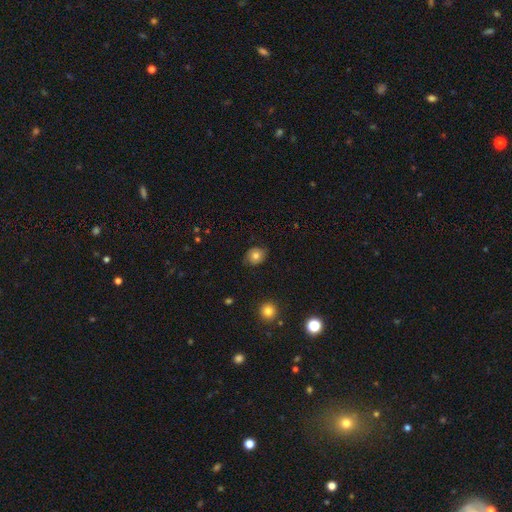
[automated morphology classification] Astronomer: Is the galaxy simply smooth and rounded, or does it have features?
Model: smooth — 71%.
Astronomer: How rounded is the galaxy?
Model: round — 66%.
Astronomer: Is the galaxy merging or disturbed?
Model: none — 80%.